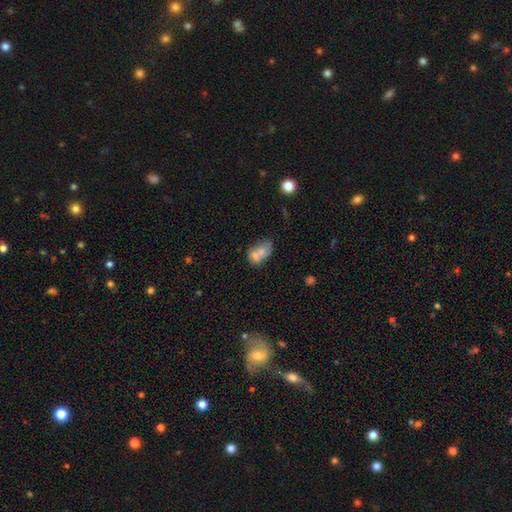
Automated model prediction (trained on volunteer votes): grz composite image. It shows a smooth galaxy with no disk features (65%) that is in between round and cigar-shaped (78%). Merging: merger (54%).